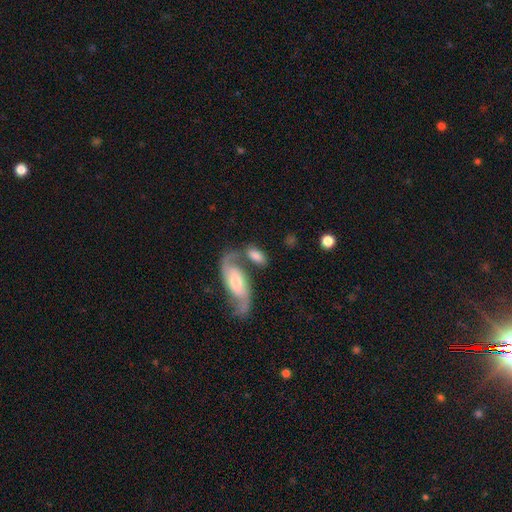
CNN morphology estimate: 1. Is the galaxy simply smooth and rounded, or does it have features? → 59% smooth, 35% featured or disk, 6% star or artifact.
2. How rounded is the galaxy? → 87% in between, 7% cigar-shaped, 5% round.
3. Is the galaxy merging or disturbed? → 39% merger, 37% none, 14% minor disturbance, 9% major disturbance.